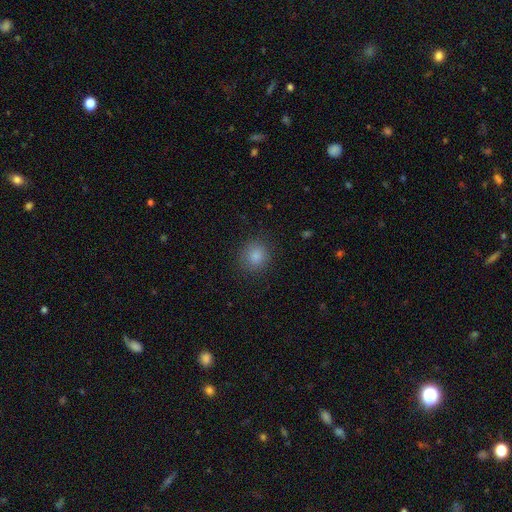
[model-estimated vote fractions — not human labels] Overall: smooth (85%). How rounded: round (88%). Merging: none (85%).